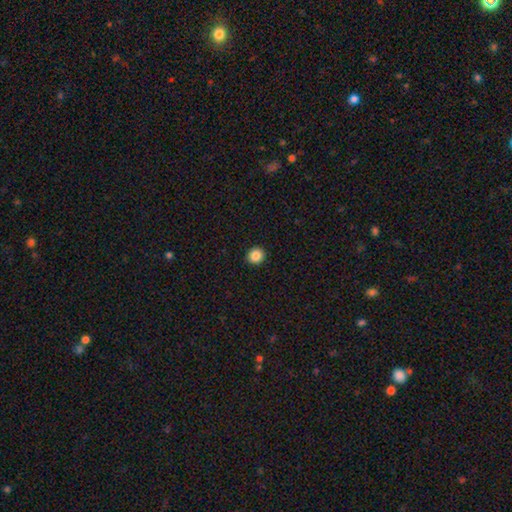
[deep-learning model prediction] Smooth or featured? Predicted: smooth (p=0.87). How rounded? Predicted: round (p=0.91). Merging? Predicted: none (p=0.93).